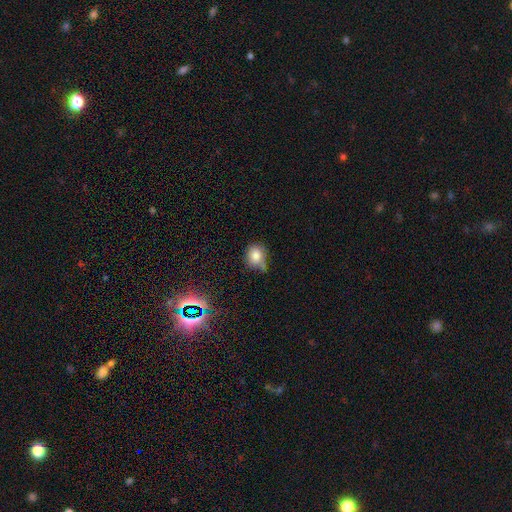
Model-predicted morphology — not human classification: smooth-or-featured: smooth: 80% | star or artifact: 12% | featured or disk: 8%
  how-rounded: round: 65% | in between: 34% | cigar-shaped: 1%
  merging: none: 59% | minor disturbance: 26% | merger: 9% | major disturbance: 6%